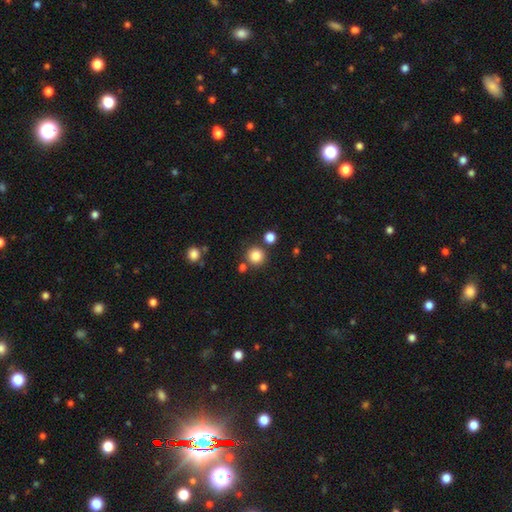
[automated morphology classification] A smooth galaxy with no disk features (83%) that is round (94%). Merging: none (82%).